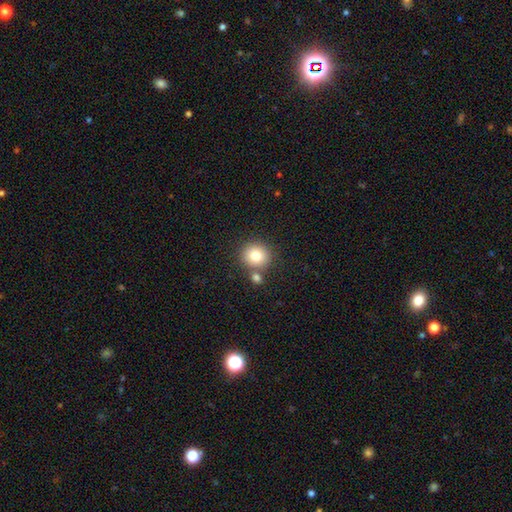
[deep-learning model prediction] A smooth galaxy with no disk features (80%) that is round (89%).

Vote fractions:
- Smooth or featured? smooth: 80% / star or artifact: 11% / featured or disk: 9%
- How rounded? round: 89% / in between: 10% / cigar-shaped: 1%
- Merging? none: 73% / merger: 17% / minor disturbance: 8% / major disturbance: 2%